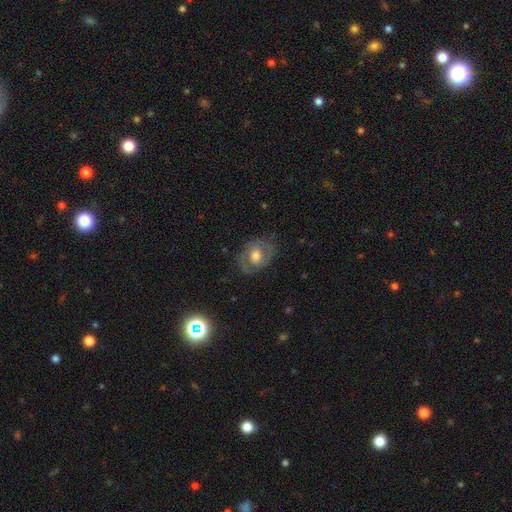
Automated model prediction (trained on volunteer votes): Smooth or featured: featured or disk — 52% (smooth — 40%)
Edge-on disk: no — 95% (yes — 5%)
Merging: none — 72% (minor disturbance — 17%)